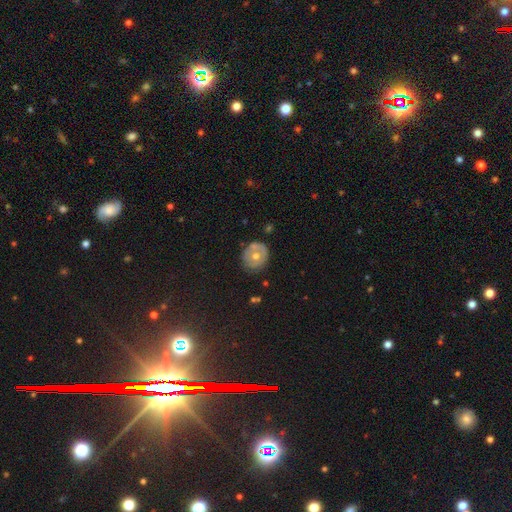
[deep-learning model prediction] The model was most divided on "smooth or featured" (2-way tie): smooth: 45%, featured or disk: 45%, star or artifact: 11%. More confident: merging — none (78%).